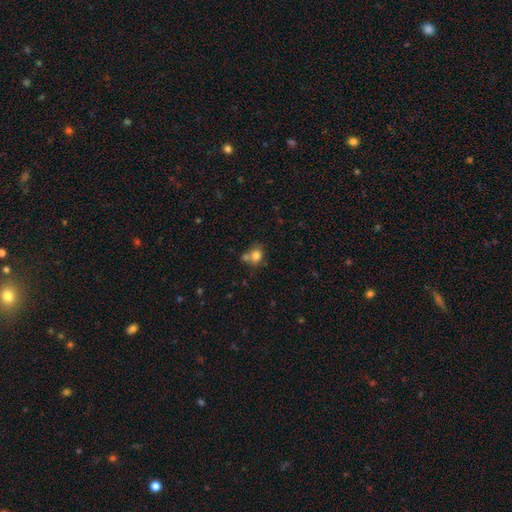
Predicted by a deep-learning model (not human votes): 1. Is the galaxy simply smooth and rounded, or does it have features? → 78% smooth, 12% star or artifact, 10% featured or disk.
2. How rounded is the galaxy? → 57% round, 42% in between, 1% cigar-shaped.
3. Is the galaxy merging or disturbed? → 48% none, 31% merger, 15% minor disturbance, 6% major disturbance.